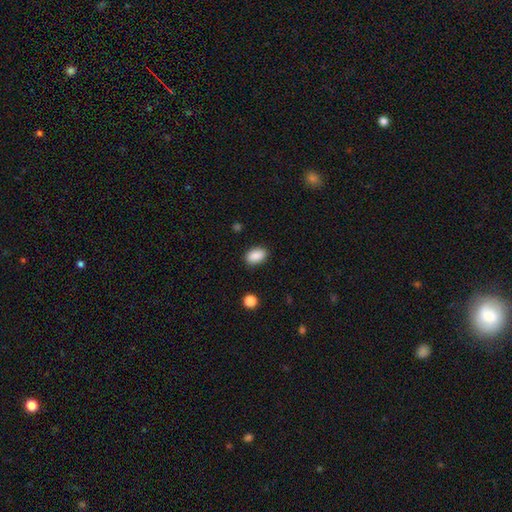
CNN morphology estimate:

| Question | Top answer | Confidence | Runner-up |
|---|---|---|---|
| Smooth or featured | smooth | 89% | star or artifact (7%) |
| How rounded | in between | 88% | round (11%) |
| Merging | none | 86% | minor disturbance (10%) |